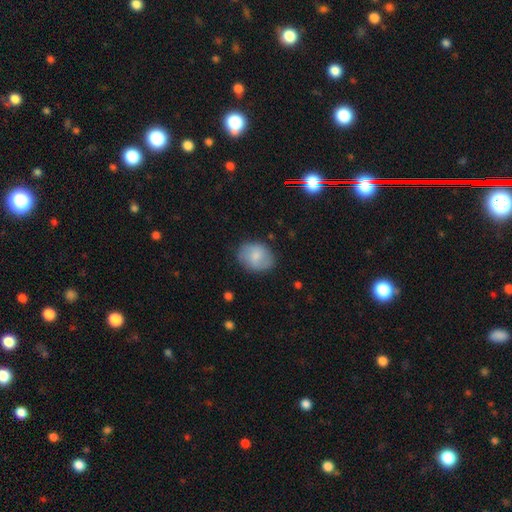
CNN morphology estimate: smooth_or_featured: smooth (p=0.70) [alt: featured or disk p=0.23]
how_rounded: in between (p=0.54) [alt: round p=0.45]
merging: none (p=0.78) [alt: minor disturbance p=0.16]